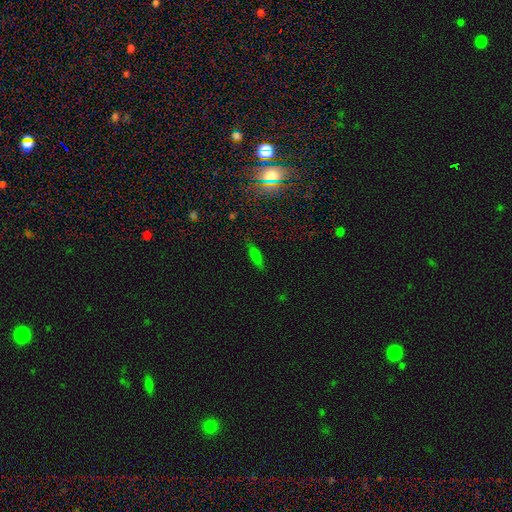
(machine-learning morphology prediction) This is likely a smooth galaxy (64%). How rounded: possibly cigar-shaped (60%). Merging: clearly none (82%).